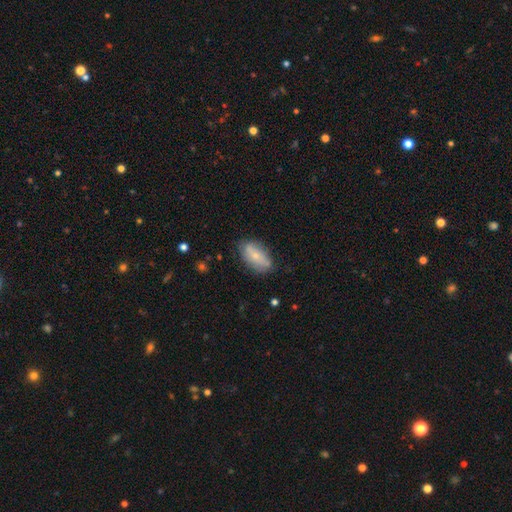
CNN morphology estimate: type=smooth (61%); roundness=in between (89%); merging=none (71%).